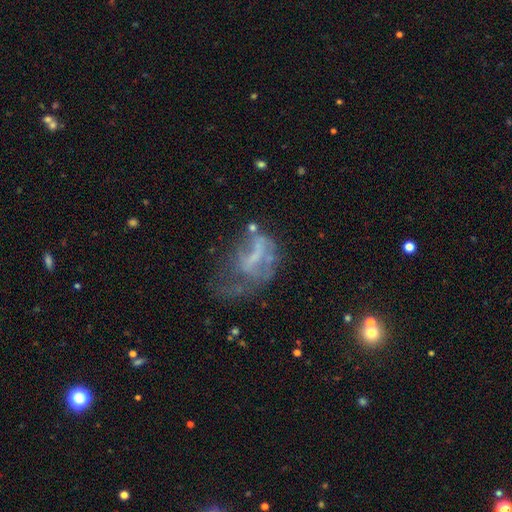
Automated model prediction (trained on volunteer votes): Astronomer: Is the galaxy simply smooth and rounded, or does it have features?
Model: featured or disk — 55%.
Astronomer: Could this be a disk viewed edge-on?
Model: no — 96%.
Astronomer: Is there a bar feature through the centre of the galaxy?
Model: no — 57%.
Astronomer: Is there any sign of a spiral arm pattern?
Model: no — 76%.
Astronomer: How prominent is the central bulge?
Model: none — 58%.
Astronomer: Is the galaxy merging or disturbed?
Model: major disturbance — 46% (runner-up: none, 25%).